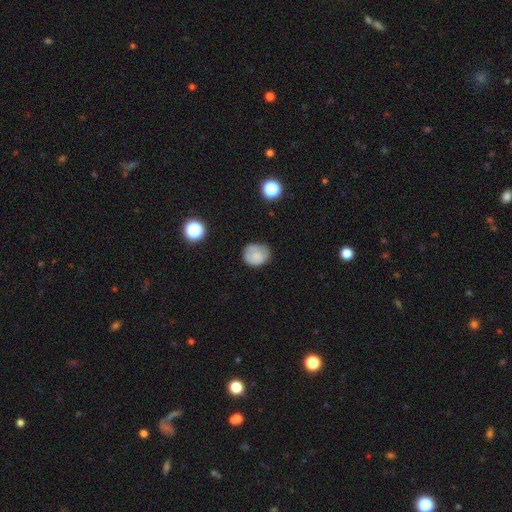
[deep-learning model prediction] Smooth or featured? Predicted: smooth (p=0.73). How rounded? Predicted: round (p=0.74). Merging? Predicted: none (p=0.63).